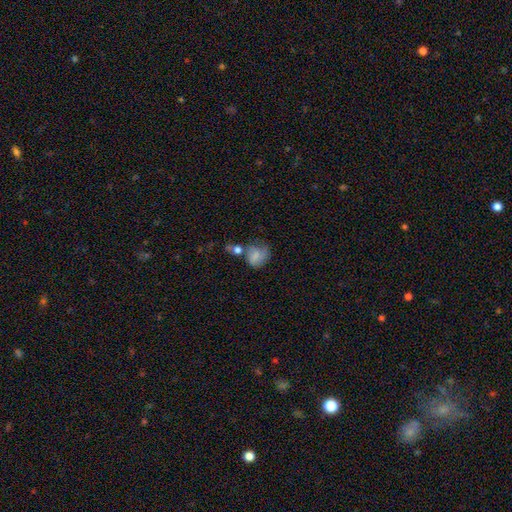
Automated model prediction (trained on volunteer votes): Smooth or featured?
  - smooth: 65% *
  - featured or disk: 25%
  - star or artifact: 10%
How rounded?
  - round: 58% *
  - in between: 41%
  - cigar-shaped: 1%
Merging?
  - none: 36% *
  - minor disturbance: 25%
  - merger: 22%
  - major disturbance: 17%